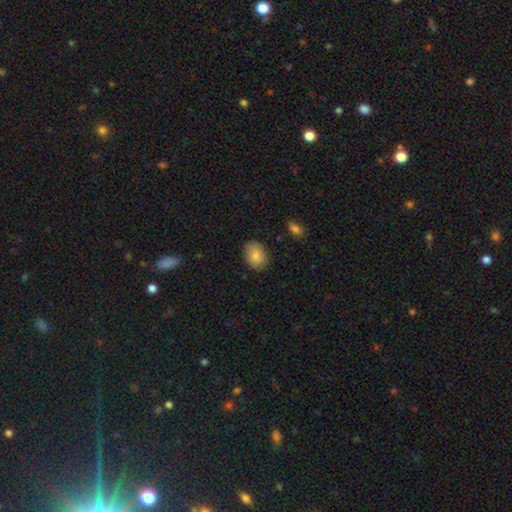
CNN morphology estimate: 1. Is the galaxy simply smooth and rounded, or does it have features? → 84% smooth, 9% featured or disk, 7% star or artifact.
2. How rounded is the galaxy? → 70% in between, 29% round, 1% cigar-shaped.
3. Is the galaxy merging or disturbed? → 83% none, 13% minor disturbance, 3% major disturbance, 1% merger.